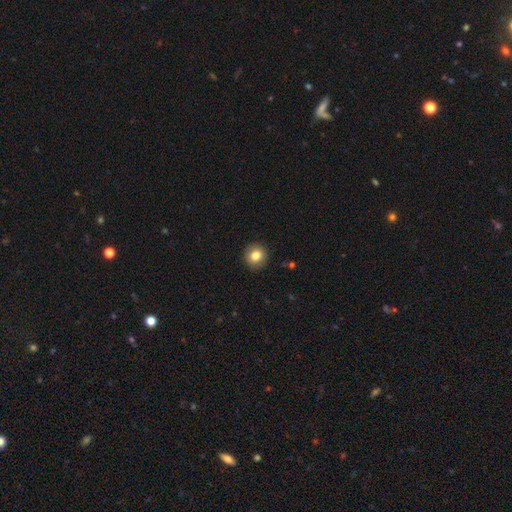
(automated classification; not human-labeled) Q: Smooth or featured?
A: smooth (83%); runner-up: star or artifact (9%)
Q: How rounded?
A: round (92%); runner-up: in between (7%)
Q: Merging?
A: none (92%); runner-up: minor disturbance (6%)